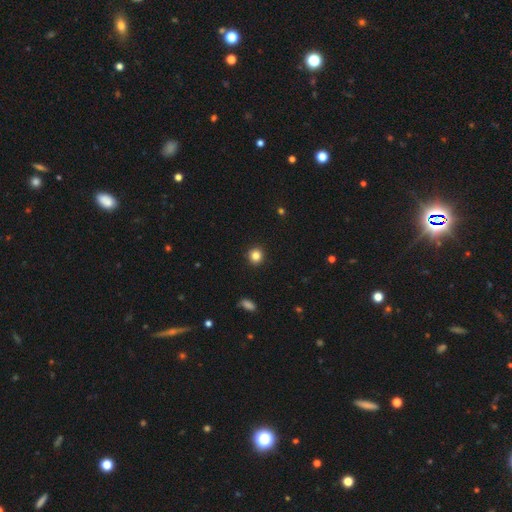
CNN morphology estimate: This is clearly a smooth galaxy (83%). How rounded: clearly round (90%). Merging: clearly none (92%).